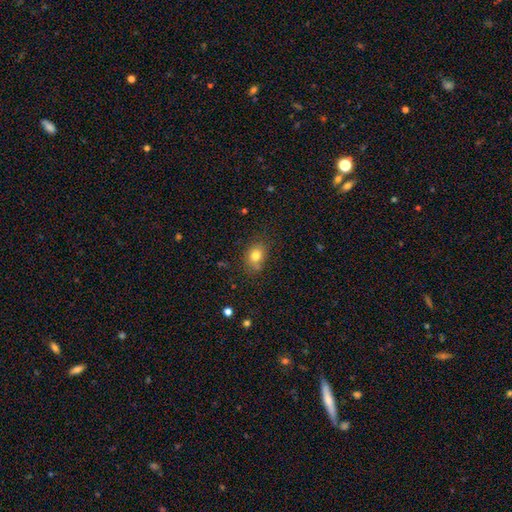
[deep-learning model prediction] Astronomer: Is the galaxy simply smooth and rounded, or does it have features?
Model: smooth — 79%.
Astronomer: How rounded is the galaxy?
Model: in between — 59% (runner-up: round, 40%).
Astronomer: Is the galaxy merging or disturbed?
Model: none — 72%.